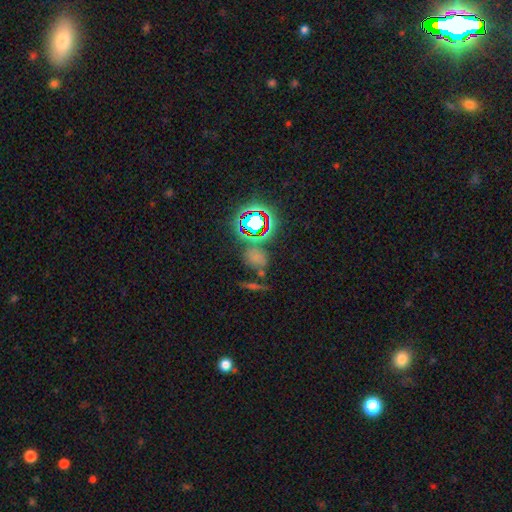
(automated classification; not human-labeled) Smooth or featured: smooth — 45% (star or artifact — 42%)
Merging: none — 61% (merger — 16%)